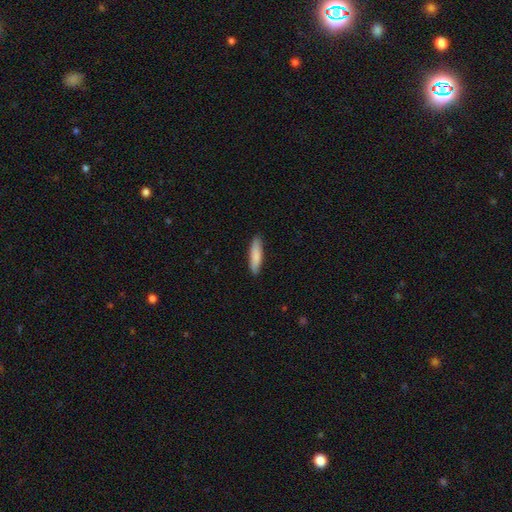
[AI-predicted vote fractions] Overall: smooth (84%). How rounded: cigar-shaped (75%). Merging: none (88%).